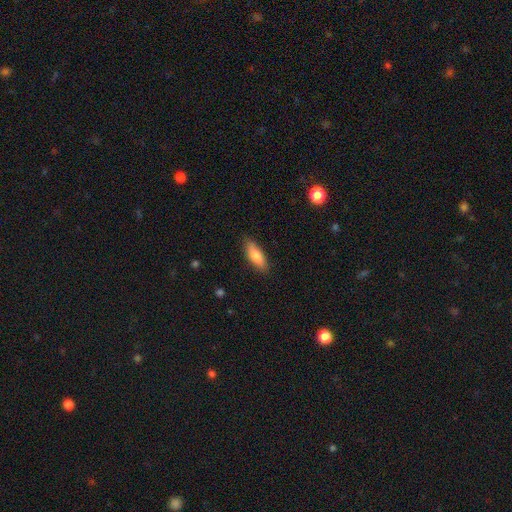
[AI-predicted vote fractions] The model was most divided on "how rounded": in between: 60%, cigar-shaped: 38%, round: 2%. More confident: merging — none (85%); smooth or featured — smooth (80%).